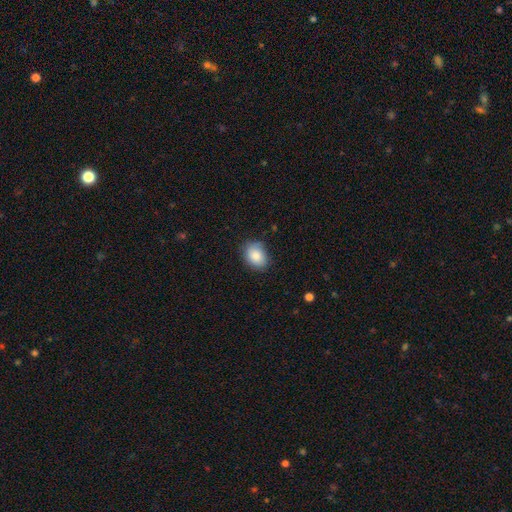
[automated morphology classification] smooth-or-featured: smooth: 84% | featured or disk: 8% | star or artifact: 8%
  how-rounded: in between: 65% | round: 34% | cigar-shaped: 1%
  merging: none: 76% | minor disturbance: 19% | major disturbance: 4% | merger: 1%